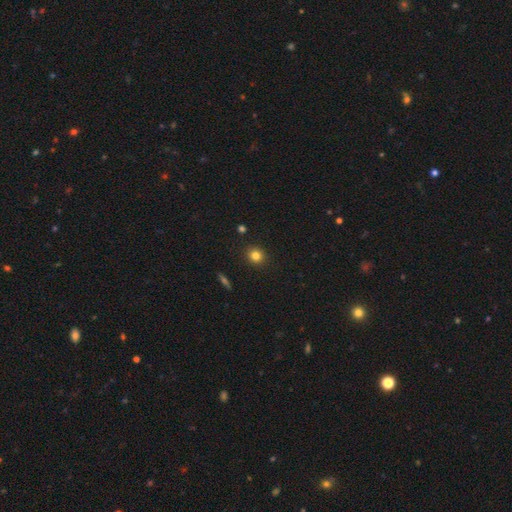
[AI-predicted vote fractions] Smooth or featured: smooth — 81% (star or artifact — 12%)
How rounded: round — 87% (in between — 12%)
Merging: none — 91% (minor disturbance — 6%)